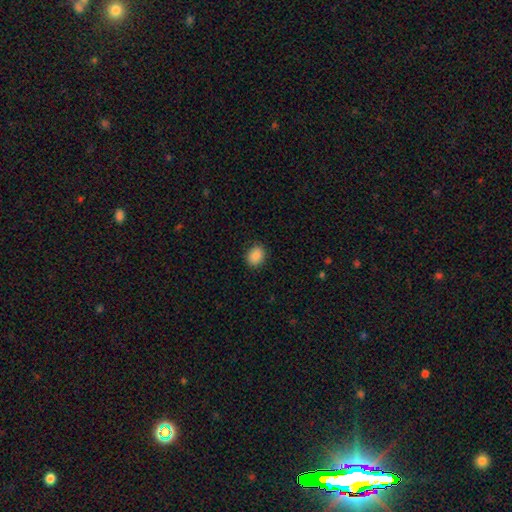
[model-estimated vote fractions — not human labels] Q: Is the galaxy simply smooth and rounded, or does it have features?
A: smooth — 88%.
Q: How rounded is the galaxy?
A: round — 55%.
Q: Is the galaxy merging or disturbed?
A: none — 87%.